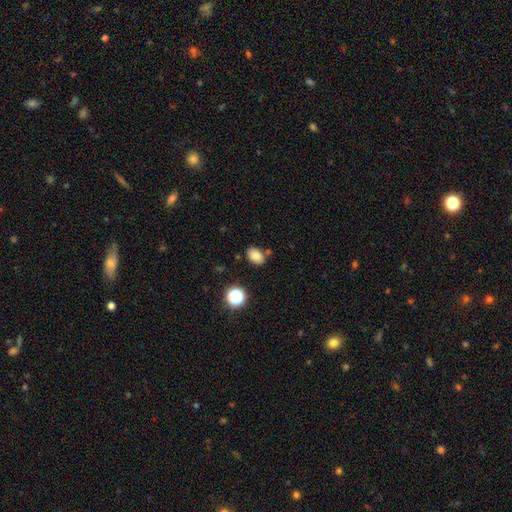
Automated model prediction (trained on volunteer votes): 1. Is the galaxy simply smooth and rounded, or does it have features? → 81% smooth, 11% star or artifact, 7% featured or disk.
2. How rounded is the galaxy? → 79% in between, 20% round, 1% cigar-shaped.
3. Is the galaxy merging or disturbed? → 78% none, 12% minor disturbance, 7% merger, 3% major disturbance.